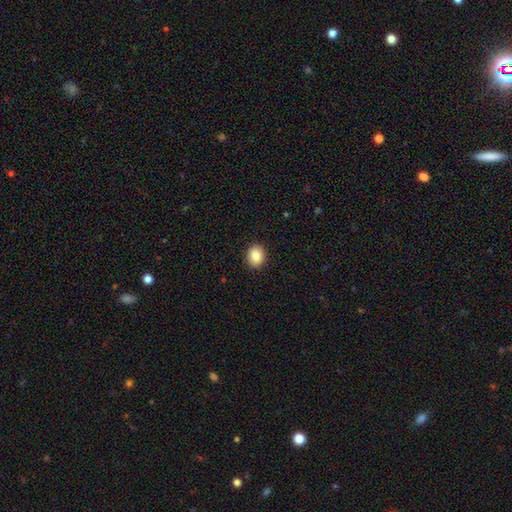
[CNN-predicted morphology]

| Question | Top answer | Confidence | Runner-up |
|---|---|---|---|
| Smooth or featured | smooth | 85% | star or artifact (9%) |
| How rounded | round | 60% | in between (39%) |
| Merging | none | 91% | minor disturbance (6%) |